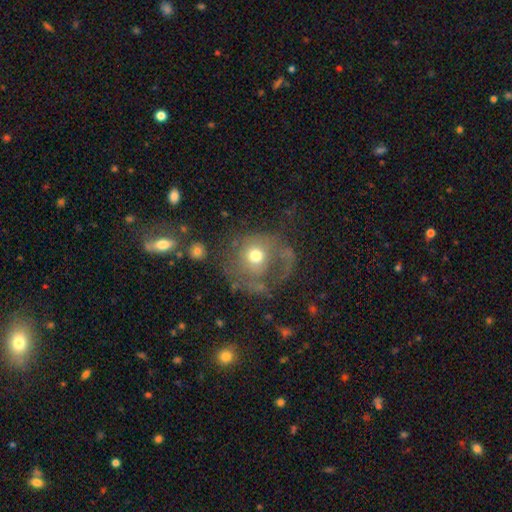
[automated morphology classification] A smooth galaxy with no disk features (51%) that is round (83%). Merging: major disturbance (42%).